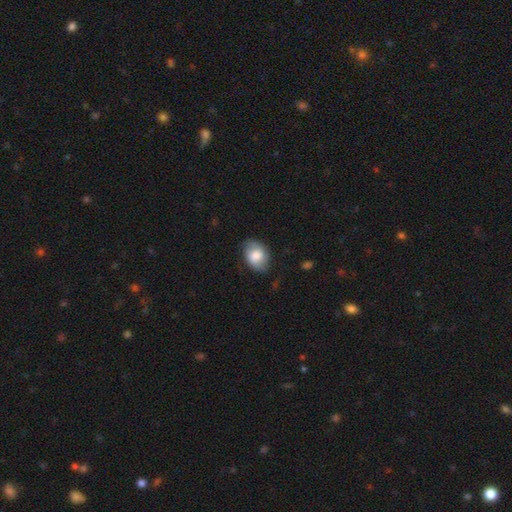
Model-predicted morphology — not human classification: The model was most divided on "smooth or featured": smooth: 71%, featured or disk: 22%, star or artifact: 7%. More confident: how rounded — in between (78%); merging — none (75%).